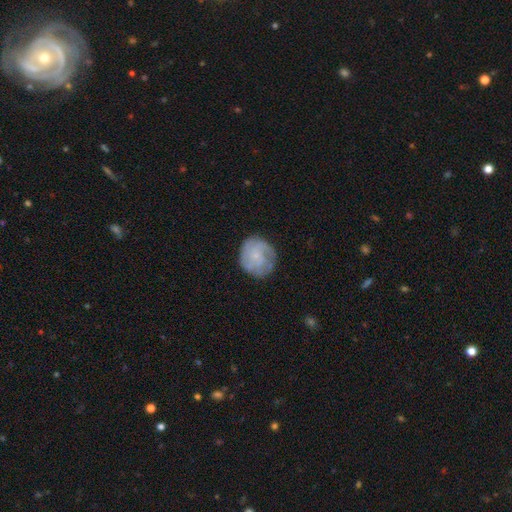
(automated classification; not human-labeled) smooth-or-featured: featured or disk: 53% | smooth: 39% | star or artifact: 7%
  disk-edge-on: no: 98% | yes: 2%
    bar: no: 79% | weak: 19% | strong: 2%
    has-spiral-arms: yes: 79% | no: 21%
    bulge-size: small: 66% | none: 16% | moderate: 16% | large: 1% | dominant: 1%
  merging: none: 75% | minor disturbance: 18% | major disturbance: 7% | merger: 1%